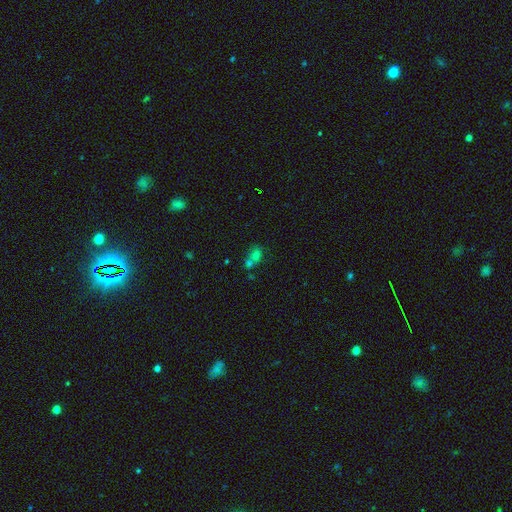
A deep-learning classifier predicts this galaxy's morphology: Smooth or featured? smooth (65%)
How rounded? round (57%)
Merging? merger (56%)